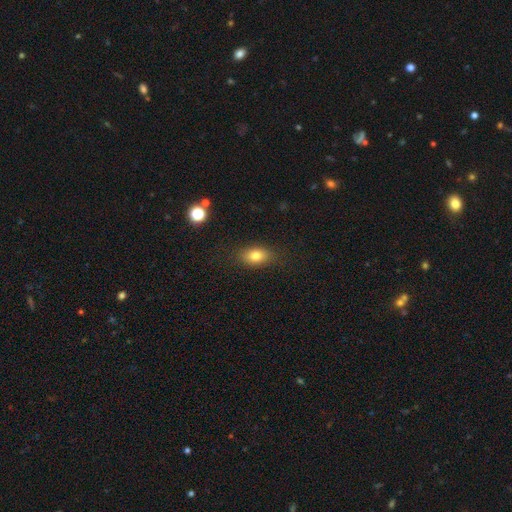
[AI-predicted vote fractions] smooth 80%, featured or disk 10%, star or artifact 10%. Down the decision tree: how rounded — in between (82%); merging — none (83%).